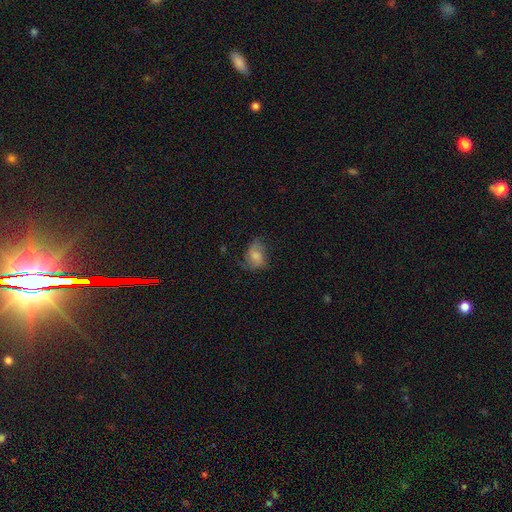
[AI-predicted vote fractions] The model was most divided on "smooth or featured": smooth: 47%, featured or disk: 41%, star or artifact: 12%. More confident: merging — none (56%).